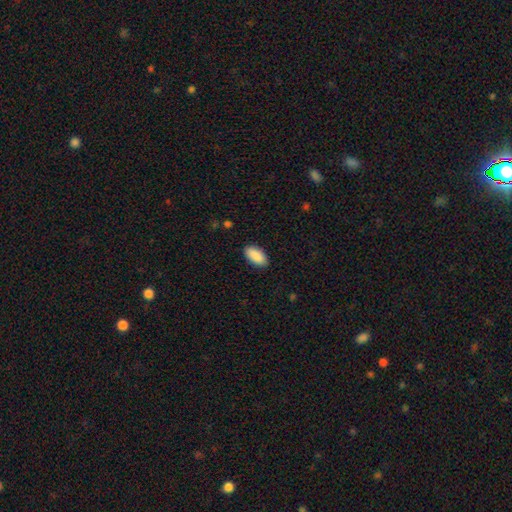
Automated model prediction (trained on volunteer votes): smooth 91%, star or artifact 6%, featured or disk 3%. Down the decision tree: how rounded — in between (94%); merging — none (89%).